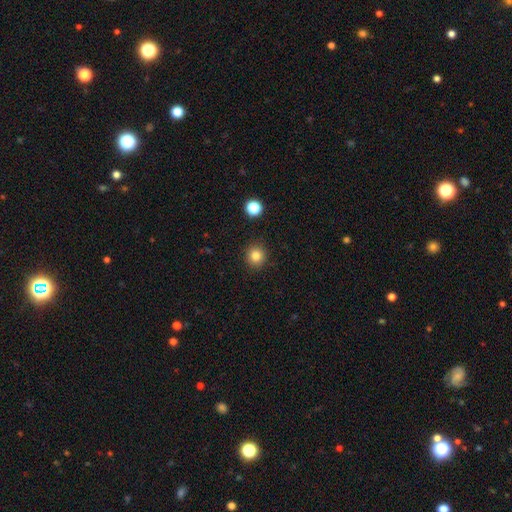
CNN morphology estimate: Smooth or featured? Predicted: smooth (p=0.83). How rounded? Predicted: round (p=0.91). Merging? Predicted: none (p=0.91).